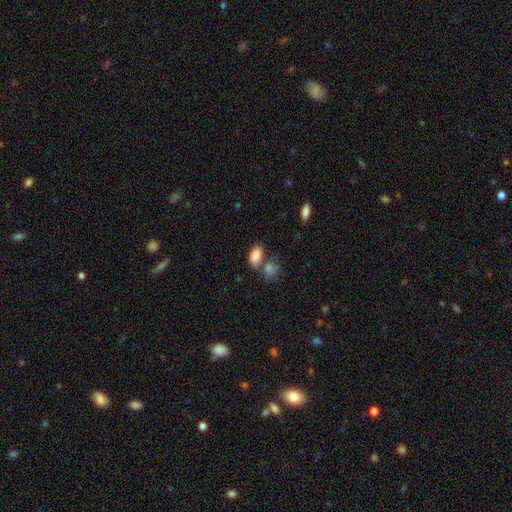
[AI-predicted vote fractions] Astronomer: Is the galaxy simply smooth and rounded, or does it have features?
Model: smooth — 86%.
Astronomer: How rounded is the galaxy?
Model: in between — 91%.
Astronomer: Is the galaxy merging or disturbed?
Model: none — 52% (runner-up: merger, 30%).